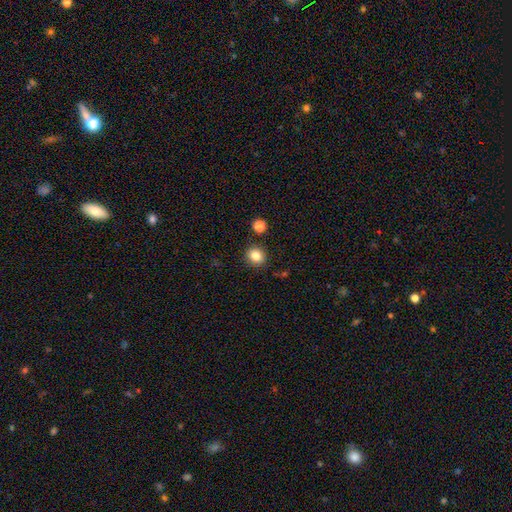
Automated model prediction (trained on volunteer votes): smooth_or_featured: smooth (p=0.84) [alt: star or artifact p=0.11]
how_rounded: round (p=0.85) [alt: in between p=0.14]
merging: none (p=0.88) [alt: minor disturbance p=0.07]